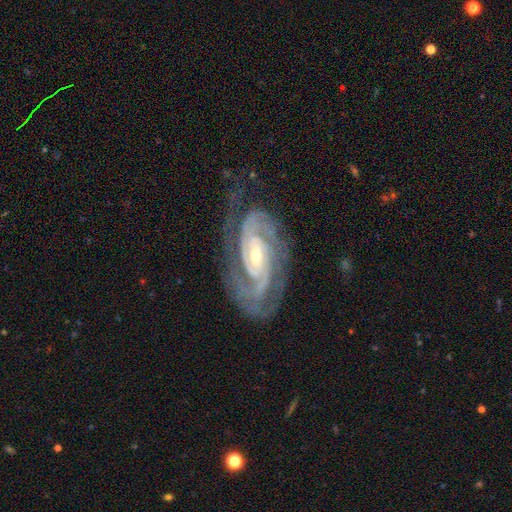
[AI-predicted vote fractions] Smooth or featured? Predicted: featured or disk (p=0.92). Edge-on disk? Predicted: no (p=0.96). Bar? Predicted: no (p=0.44). Spiral arms? Predicted: yes (p=0.98). Spiral winding? Predicted: tight (p=0.71). Spiral arm count? Predicted: 2 (p=0.47). Bulge size? Predicted: small (p=0.64). Merging? Predicted: none (p=0.74).